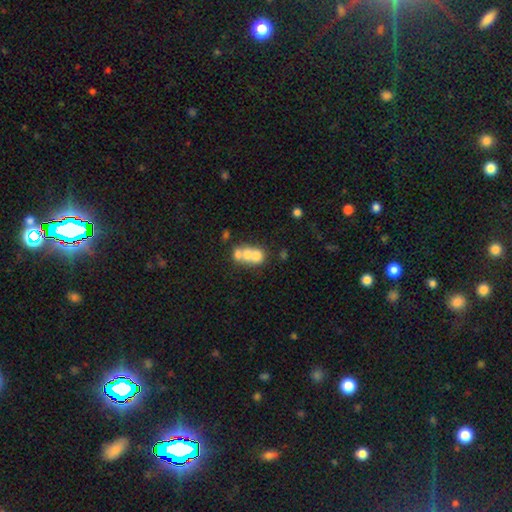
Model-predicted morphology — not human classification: smooth-or-featured: smooth: 59% | featured or disk: 30% | star or artifact: 11%
  how-rounded: round: 58% | in between: 40% | cigar-shaped: 1%
  merging: merger: 67% | none: 22% | minor disturbance: 6% | major disturbance: 5%